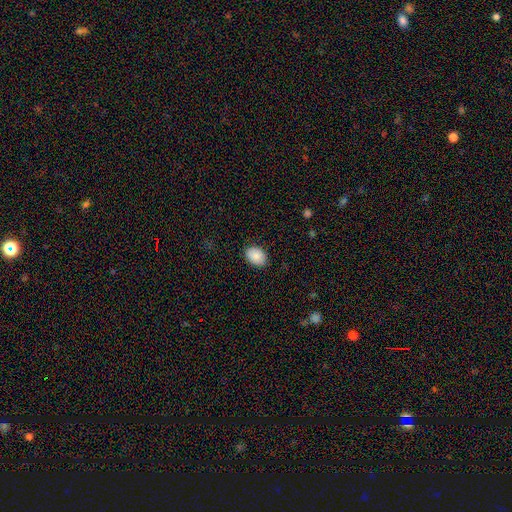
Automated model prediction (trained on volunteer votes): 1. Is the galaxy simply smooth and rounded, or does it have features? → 87% smooth, 7% star or artifact, 7% featured or disk.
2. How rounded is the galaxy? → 79% in between, 20% round, 1% cigar-shaped.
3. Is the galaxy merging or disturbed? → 87% none, 10% minor disturbance, 2% major disturbance, 1% merger.